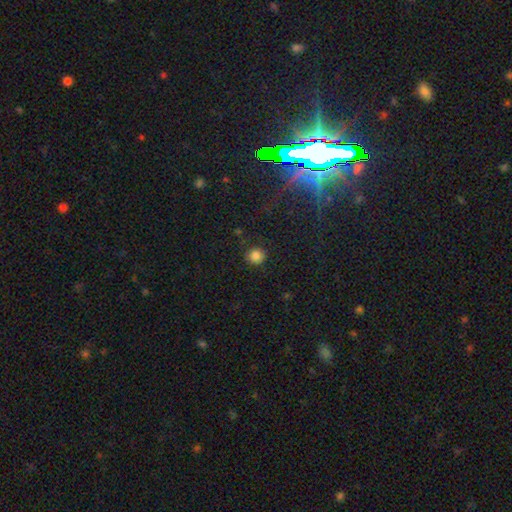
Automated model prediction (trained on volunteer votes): Smooth or featured? Predicted: smooth (p=0.83). How rounded? Predicted: round (p=0.93). Merging? Predicted: none (p=0.87).